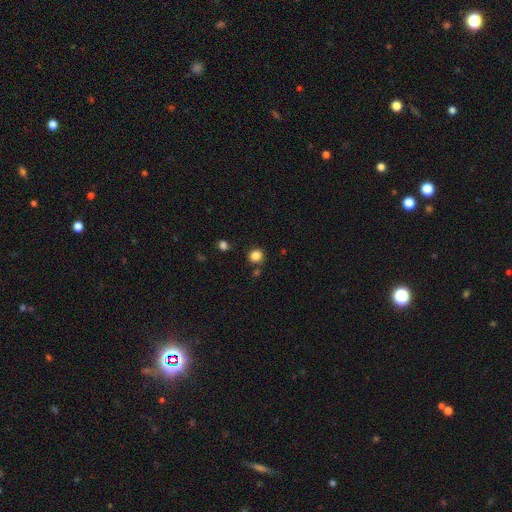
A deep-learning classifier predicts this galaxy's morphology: Smooth or featured?
  - smooth: 84% *
  - star or artifact: 12%
  - featured or disk: 4%
How rounded?
  - round: 91% *
  - in between: 8%
  - cigar-shaped: 1%
Merging?
  - none: 83% *
  - minor disturbance: 9%
  - merger: 6%
  - major disturbance: 3%